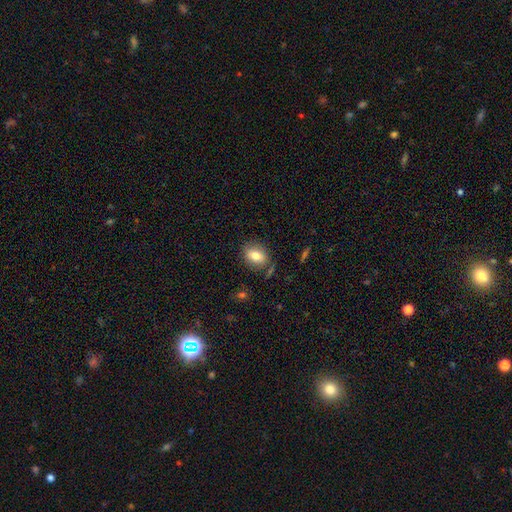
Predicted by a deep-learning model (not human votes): This is likely a smooth galaxy (77%). How rounded: likely in between (65%). Merging: clearly none (80%).